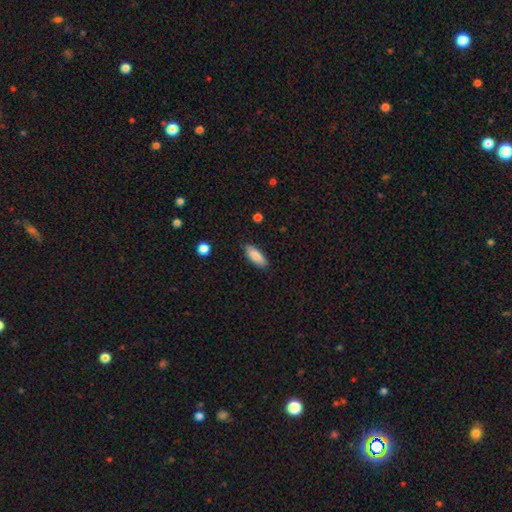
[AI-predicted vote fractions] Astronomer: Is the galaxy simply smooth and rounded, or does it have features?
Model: smooth — 87%.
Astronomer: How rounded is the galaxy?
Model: in between — 75%.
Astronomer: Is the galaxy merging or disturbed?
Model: none — 85%.